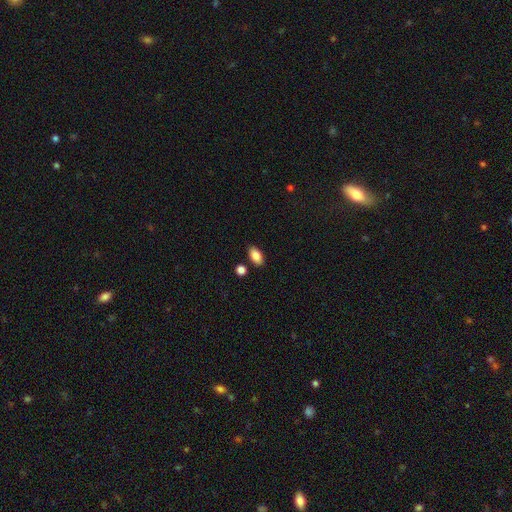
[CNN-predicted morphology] smooth_or_featured: smooth (p=0.87) [alt: star or artifact p=0.08]
how_rounded: in between (p=0.92) [alt: round p=0.05]
merging: none (p=0.83) [alt: minor disturbance p=0.10]